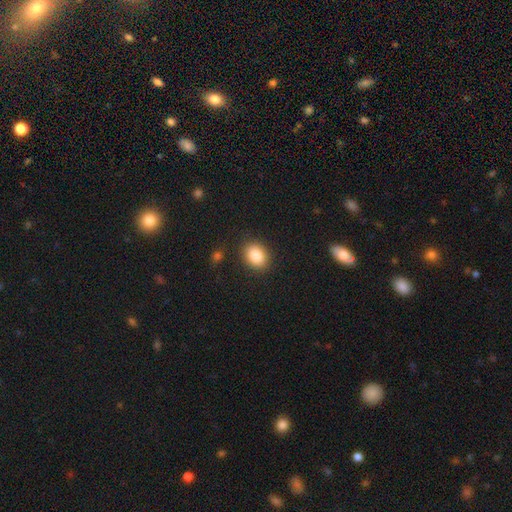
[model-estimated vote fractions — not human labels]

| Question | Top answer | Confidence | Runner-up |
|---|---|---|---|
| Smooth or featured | smooth | 87% | star or artifact (8%) |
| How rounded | in between | 66% | round (33%) |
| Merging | none | 86% | minor disturbance (9%) |